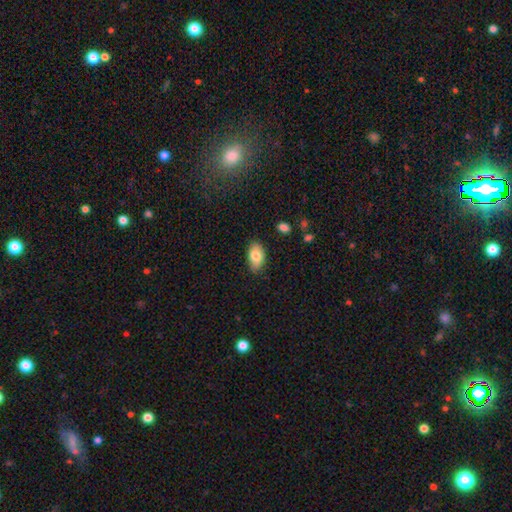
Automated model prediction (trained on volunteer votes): Q: Smooth or featured?
A: smooth (81%); runner-up: featured or disk (12%)
Q: How rounded?
A: in between (92%); runner-up: round (6%)
Q: Merging?
A: none (81%); runner-up: minor disturbance (15%)